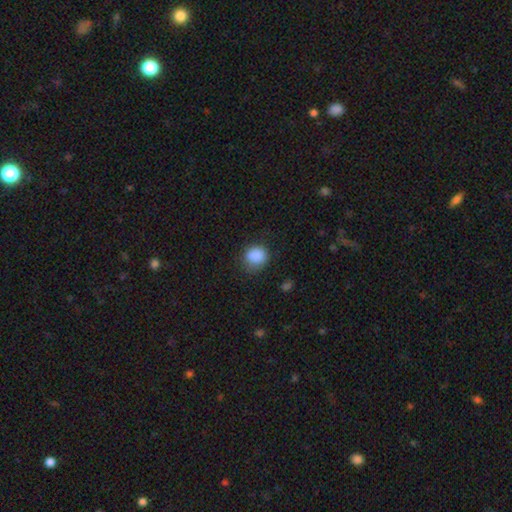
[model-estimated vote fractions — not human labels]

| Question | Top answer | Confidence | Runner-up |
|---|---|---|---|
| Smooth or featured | smooth | 87% | star or artifact (9%) |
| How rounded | round | 73% | in between (26%) |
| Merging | none | 74% | minor disturbance (19%) |